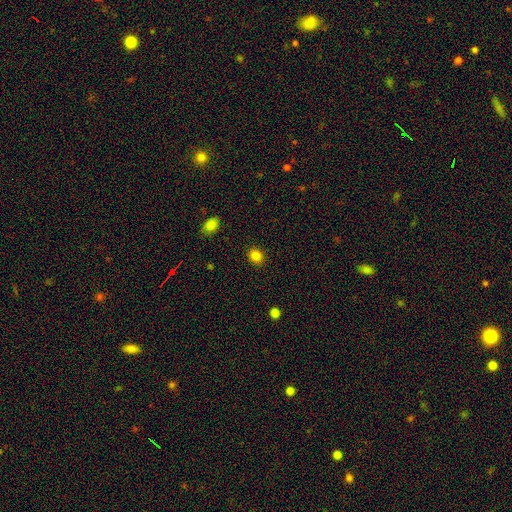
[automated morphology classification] A smooth galaxy with no disk features (84%) that is round (70%). Merging: none (90%).